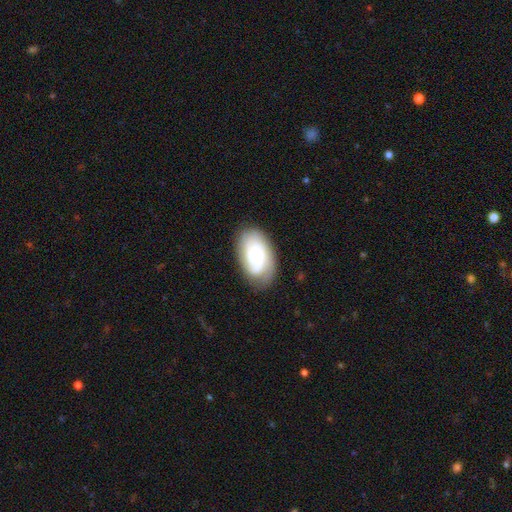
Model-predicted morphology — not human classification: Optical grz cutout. It shows a featured or disk galaxy (53%) with no bar (76%), spiral arms (86%) and a small central bulge (56%). Merging: none (75%).